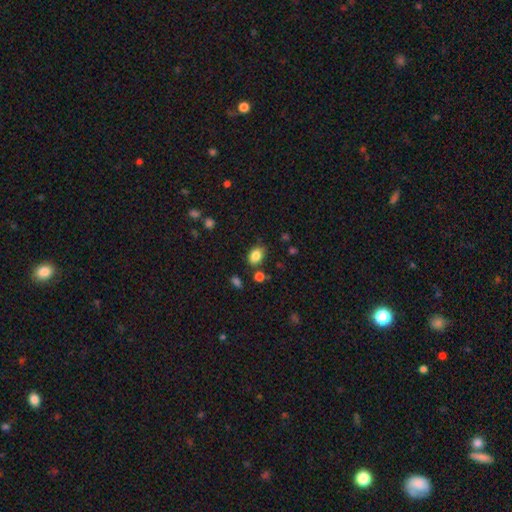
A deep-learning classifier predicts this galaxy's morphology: type=smooth (85%); roundness=in between (77%); merging=none (77%).